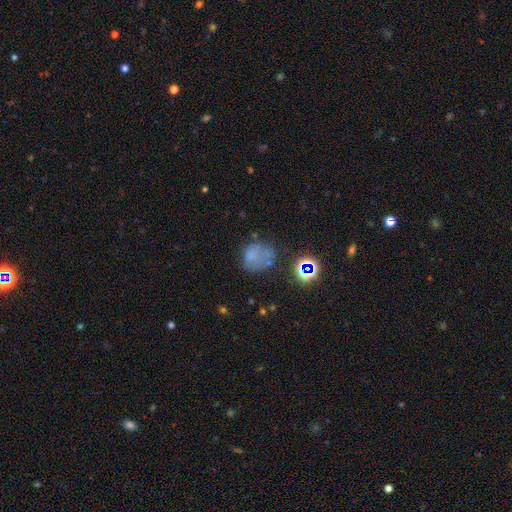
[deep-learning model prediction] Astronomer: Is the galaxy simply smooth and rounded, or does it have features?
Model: smooth — 55%.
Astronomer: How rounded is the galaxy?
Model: round — 62%.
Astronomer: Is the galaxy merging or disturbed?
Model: none — 47% (runner-up: minor disturbance, 25%).